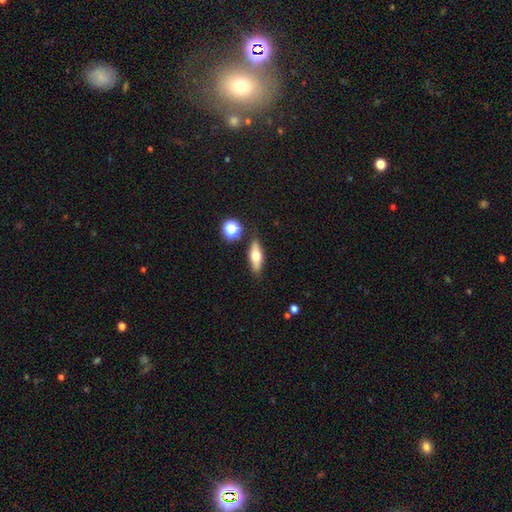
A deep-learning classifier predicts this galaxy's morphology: Overall: smooth (59%; featured or disk 33%). How rounded: in between (60%; cigar-shaped 35%). Merging: none (83%).